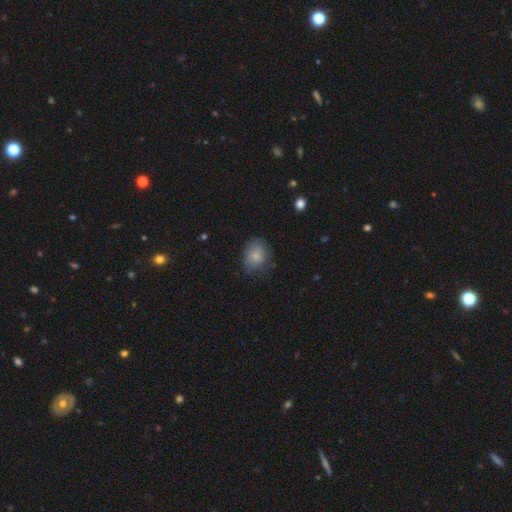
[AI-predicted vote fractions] Smooth or featured: smooth — 80% (featured or disk — 12%)
How rounded: in between — 55% (round — 44%)
Merging: none — 66% (minor disturbance — 25%)